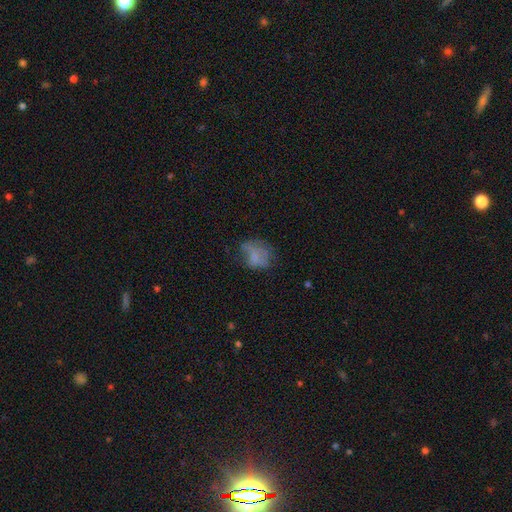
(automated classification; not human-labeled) Smooth or featured?
  - smooth: 53% *
  - featured or disk: 32%
  - star or artifact: 14%
How rounded?
  - in between: 56% *
  - round: 42%
  - cigar-shaped: 1%
Merging?
  - none: 42% *
  - major disturbance: 29%
  - minor disturbance: 26%
  - merger: 3%